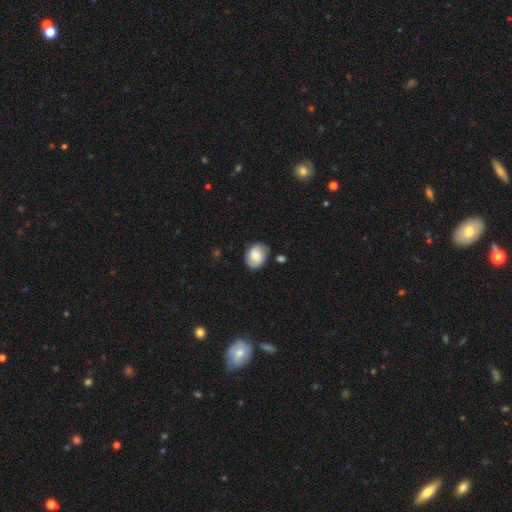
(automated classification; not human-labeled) This is likely a smooth galaxy (72%). How rounded: possibly in between (59%). Merging: likely none (73%).